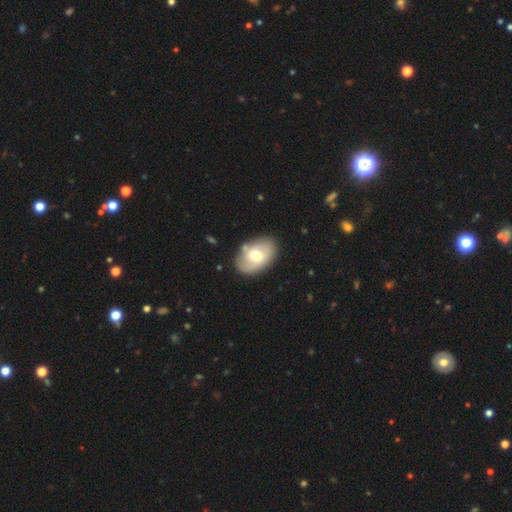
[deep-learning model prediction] A smooth galaxy with no disk features (63%) that is in between round and cigar-shaped (87%).

Vote fractions:
- Smooth or featured? smooth: 63% / featured or disk: 30% / star or artifact: 6%
- How rounded? in between: 87% / round: 12% / cigar-shaped: 1%
- Merging? none: 78% / minor disturbance: 14% / merger: 4% / major disturbance: 4%